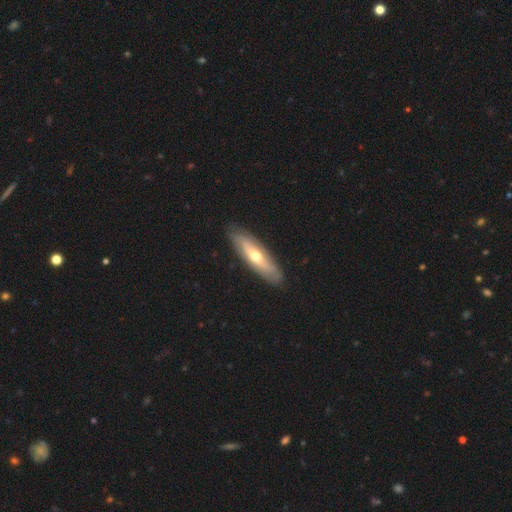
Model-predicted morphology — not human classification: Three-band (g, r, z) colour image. It shows a featured or disk galaxy (58%). Merging: none (86%).